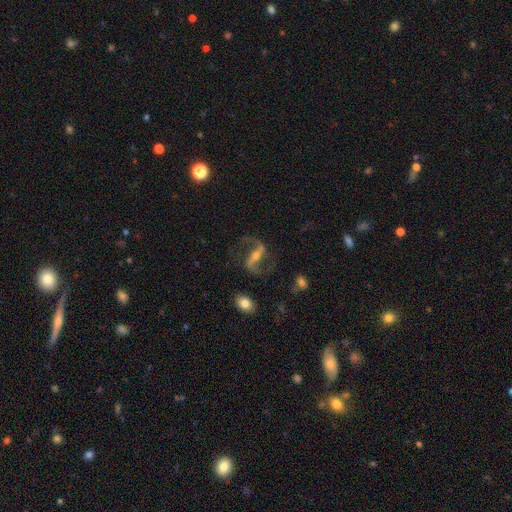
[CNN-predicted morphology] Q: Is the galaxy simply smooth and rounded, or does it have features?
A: featured or disk — 89%.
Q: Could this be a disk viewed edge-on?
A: no — 95%.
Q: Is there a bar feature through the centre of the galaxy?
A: strong — 55%.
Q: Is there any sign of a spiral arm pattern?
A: yes — 96%.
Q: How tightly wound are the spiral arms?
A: loose — 65%.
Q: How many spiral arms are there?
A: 2 — 93%.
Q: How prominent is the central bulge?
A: small — 49%.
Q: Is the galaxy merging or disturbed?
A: none — 78%.